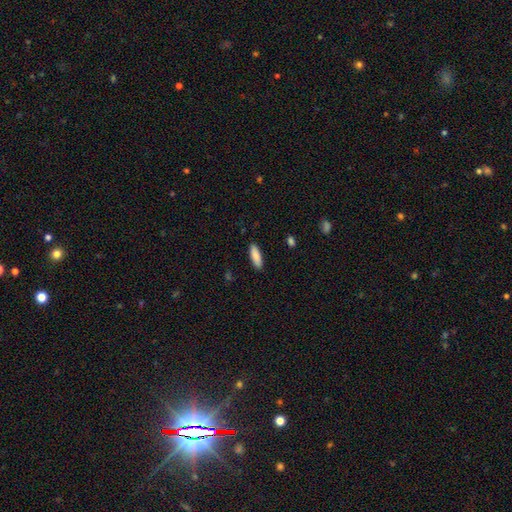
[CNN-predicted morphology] Smooth or featured? Predicted: smooth (p=0.87). How rounded? Predicted: in between (p=0.52). Merging? Predicted: none (p=0.89).